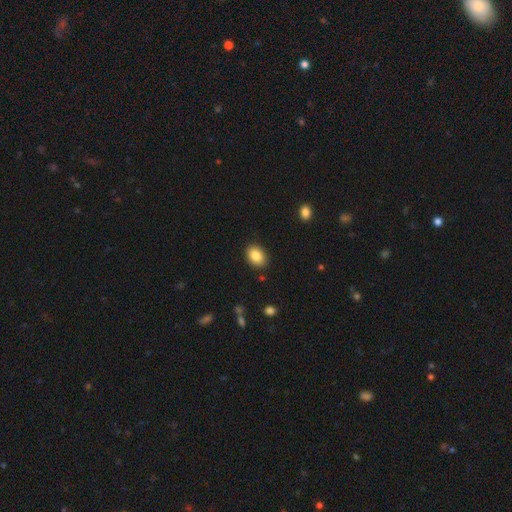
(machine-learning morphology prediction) Smooth or featured: smooth — 85% (star or artifact — 8%)
How rounded: in between — 70% (round — 29%)
Merging: none — 88% (minor disturbance — 9%)